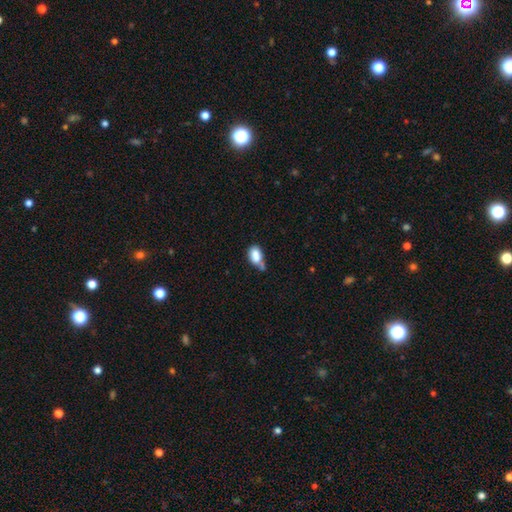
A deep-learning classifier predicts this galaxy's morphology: smooth 82%, featured or disk 9%, star or artifact 9%. Down the decision tree: how rounded — in between (85%); merging — none (34%).